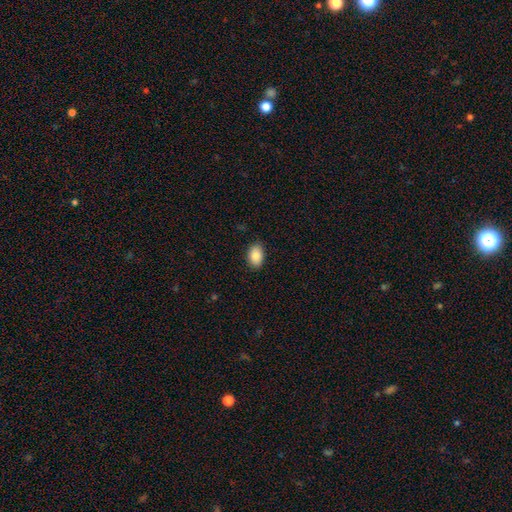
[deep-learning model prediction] Smooth or featured? smooth (88%)
How rounded? in between (89%)
Merging? none (87%)